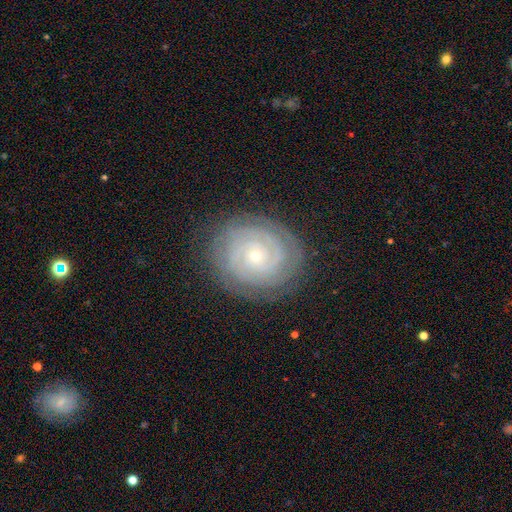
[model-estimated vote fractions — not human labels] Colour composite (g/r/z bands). It shows a featured or disk galaxy (84%) with no bar (78%), 2 (28%) tight (85%) spiral arms (96%) and a small central bulge (81%). Merging: none (84%).